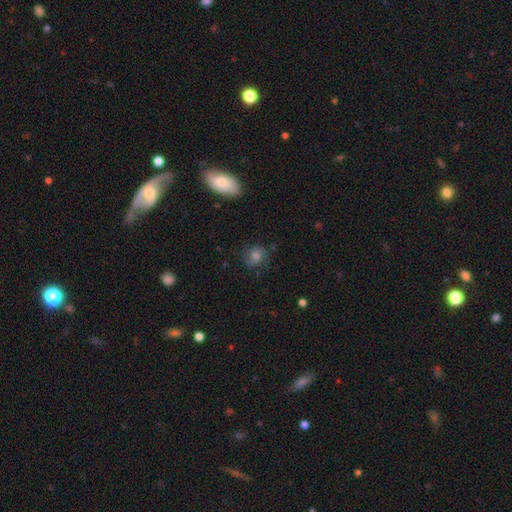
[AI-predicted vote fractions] smooth_or_featured: smooth (p=0.46) [alt: featured or disk p=0.38]
merging: none (p=0.73) [alt: minor disturbance p=0.17]